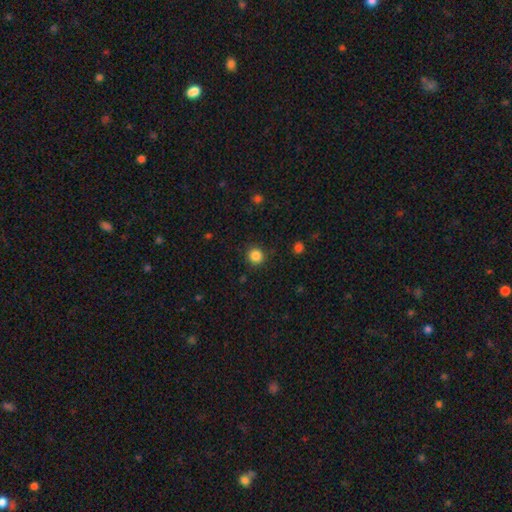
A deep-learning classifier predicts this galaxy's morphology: Smooth or featured? Predicted: smooth (p=0.85). How rounded? Predicted: round (p=0.92). Merging? Predicted: none (p=0.90).